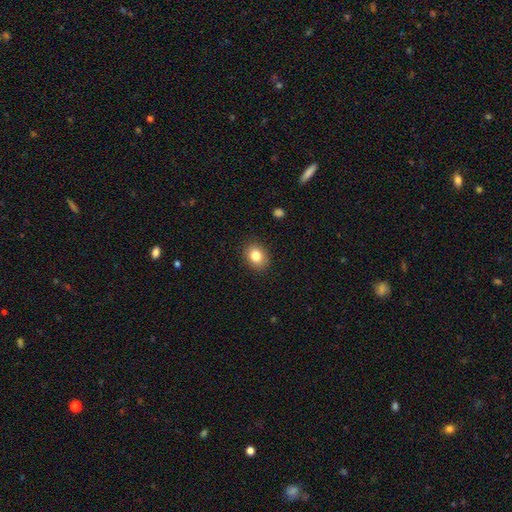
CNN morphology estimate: smooth 83%, star or artifact 10%, featured or disk 8%. Down the decision tree: how rounded — in between (52%); merging — none (88%).